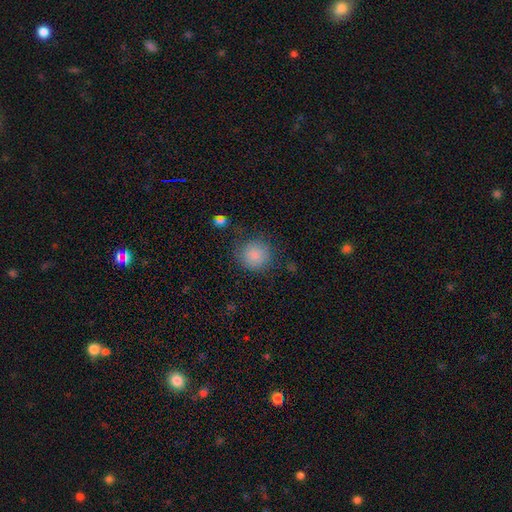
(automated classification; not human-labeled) This appears to be a smooth galaxy with no disk features (86%) that is round (91%). Merging: none (77%).